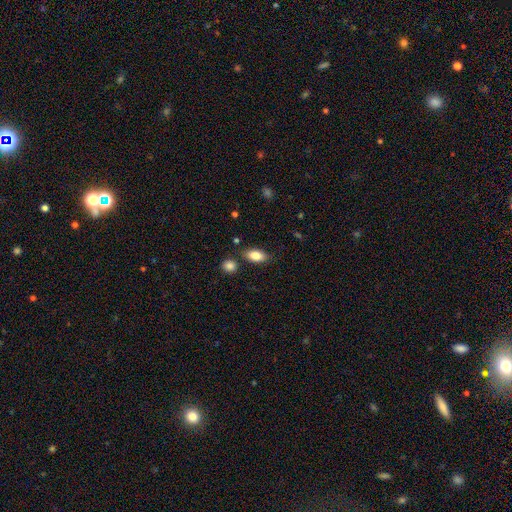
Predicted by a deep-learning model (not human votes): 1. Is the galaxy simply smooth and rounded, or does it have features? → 83% smooth, 9% featured or disk, 7% star or artifact.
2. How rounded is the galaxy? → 89% in between, 5% cigar-shaped, 5% round.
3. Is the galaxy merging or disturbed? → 80% none, 12% minor disturbance, 5% merger, 3% major disturbance.